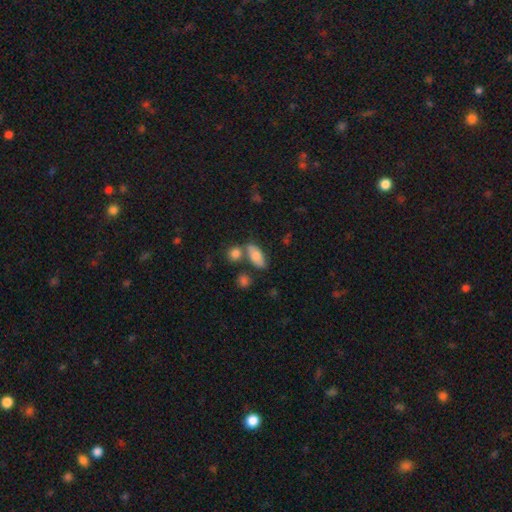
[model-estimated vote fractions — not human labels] smooth 76%, featured or disk 17%, star or artifact 7%. Down the decision tree: how rounded — in between (83%); merging — none (60%).